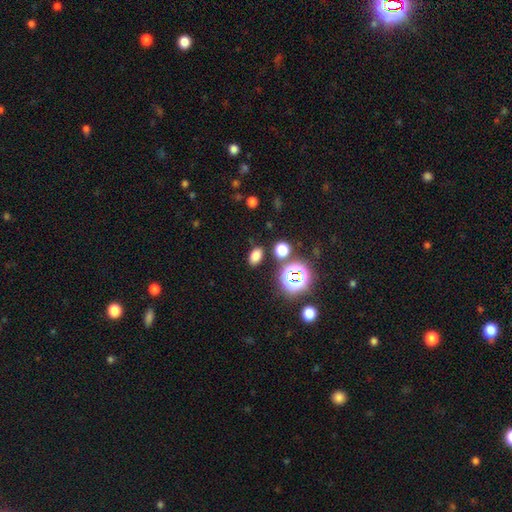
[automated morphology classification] Smooth or featured? Predicted: smooth (p=0.73). How rounded? Predicted: in between (p=0.82). Merging? Predicted: none (p=0.83).